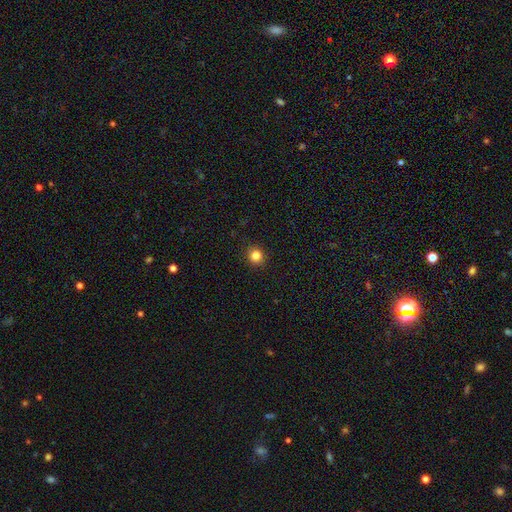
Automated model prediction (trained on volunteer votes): This is clearly a smooth galaxy (83%). How rounded: clearly round (91%). Merging: clearly none (92%).